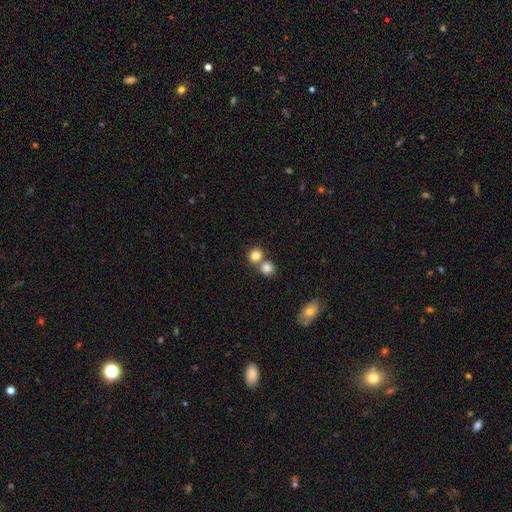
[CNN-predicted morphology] A smooth galaxy with no disk features (82%) that is round (85%). Merging: none (49%).